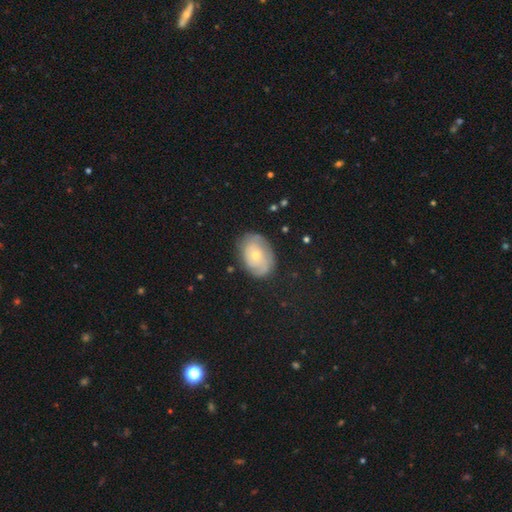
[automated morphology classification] Smooth or featured? featured or disk (58%)
Edge-on disk? no (95%)
Bar? no (83%)
Spiral arms? yes (75%)
Bulge size? small (65%)
Merging? none (74%)